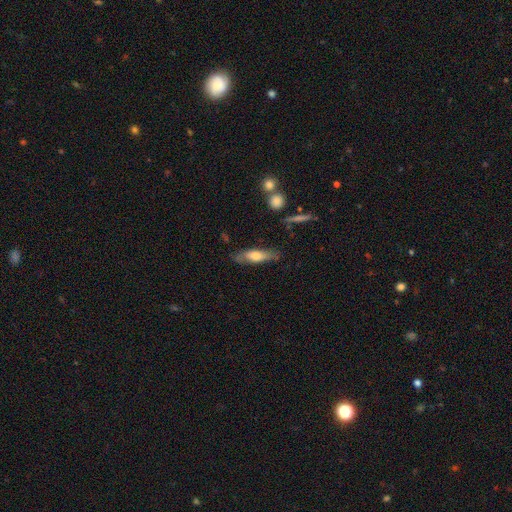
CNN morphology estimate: Q: Smooth or featured?
A: smooth (56%); runner-up: featured or disk (37%)
Q: How rounded?
A: cigar-shaped (58%); runner-up: in between (40%)
Q: Merging?
A: none (75%); runner-up: minor disturbance (18%)